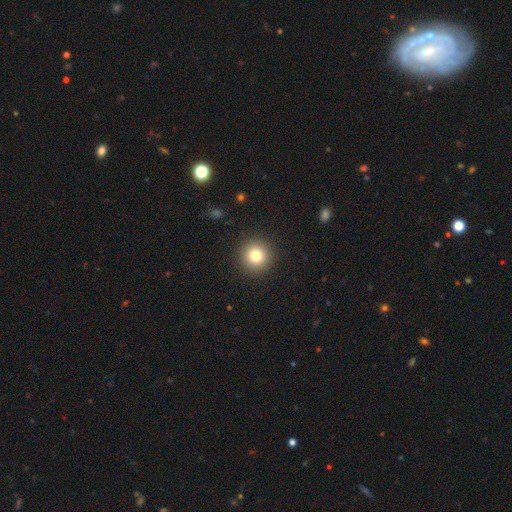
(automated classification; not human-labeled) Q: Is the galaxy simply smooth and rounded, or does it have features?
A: smooth — 80%.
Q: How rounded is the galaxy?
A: round — 95%.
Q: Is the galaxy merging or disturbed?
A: none — 92%.